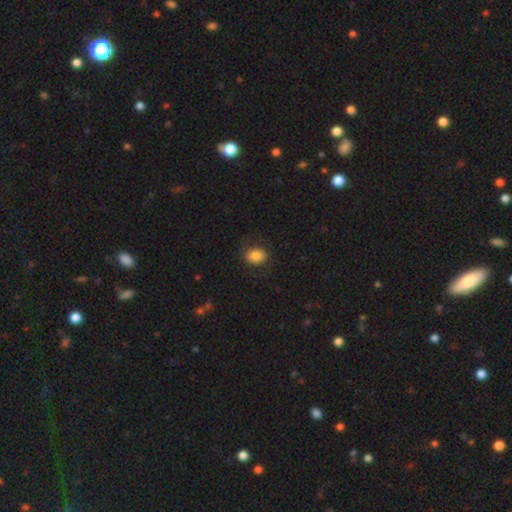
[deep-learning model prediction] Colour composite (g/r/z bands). It shows a smooth galaxy with no disk features (82%) that is in between round and cigar-shaped (59%). Merging: none (82%).